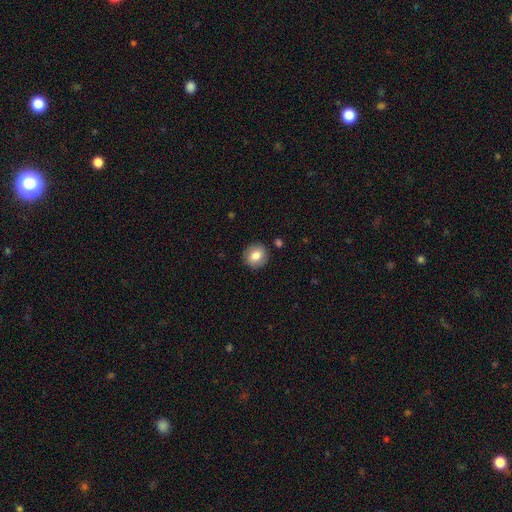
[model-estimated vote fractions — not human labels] A smooth galaxy with no disk features (80%) that is round (81%). Merging: none (87%).